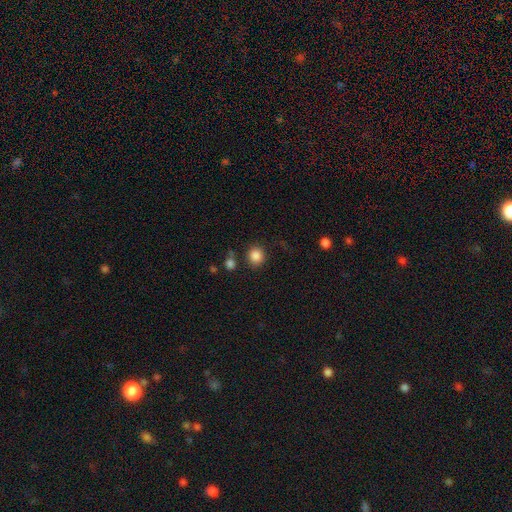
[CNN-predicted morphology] type=smooth (86%); roundness=round (88%); merging=none (83%).